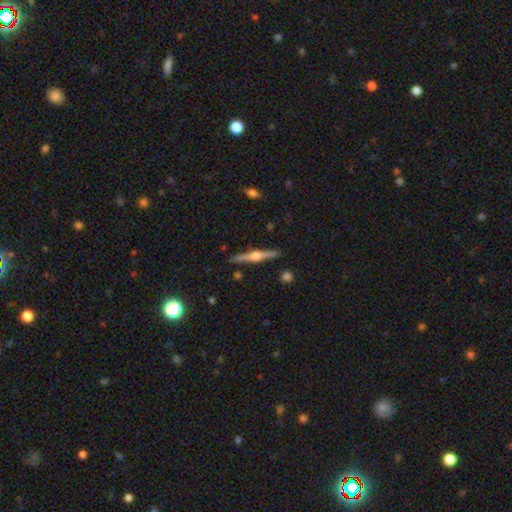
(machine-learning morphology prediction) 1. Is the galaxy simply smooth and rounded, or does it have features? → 76% featured or disk, 19% smooth, 6% star or artifact.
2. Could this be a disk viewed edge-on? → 98% yes, 2% no.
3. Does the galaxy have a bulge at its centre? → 93% rounded, 5% boxy, 3% none.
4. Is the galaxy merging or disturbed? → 90% none, 7% minor disturbance, 2% merger, 1% major disturbance.